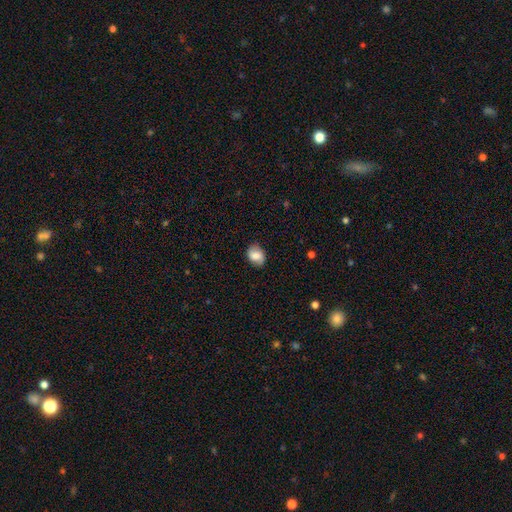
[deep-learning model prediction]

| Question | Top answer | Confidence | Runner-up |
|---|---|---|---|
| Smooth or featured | smooth | 68% | featured or disk (23%) |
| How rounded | in between | 64% | round (35%) |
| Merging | none | 78% | minor disturbance (17%) |